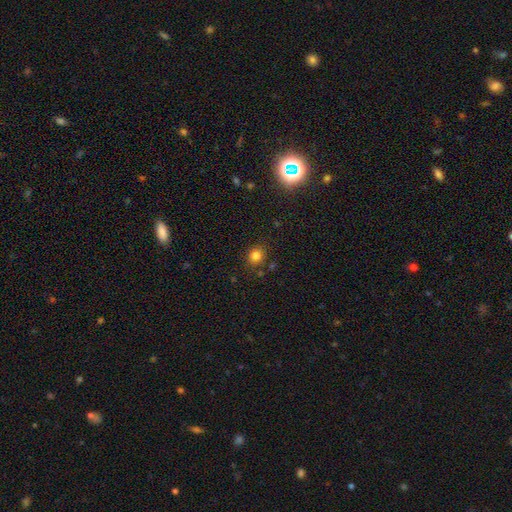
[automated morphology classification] This appears to be a smooth galaxy with no disk features (81%) that is round (79%). Merging: none (83%).